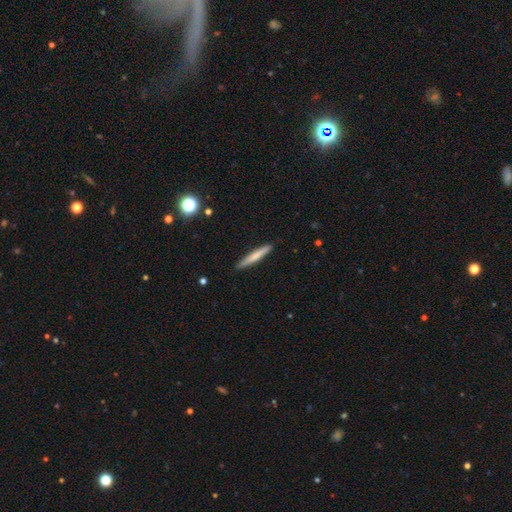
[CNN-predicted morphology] Smooth or featured? smooth (66%)
How rounded? cigar-shaped (95%)
Merging? none (90%)